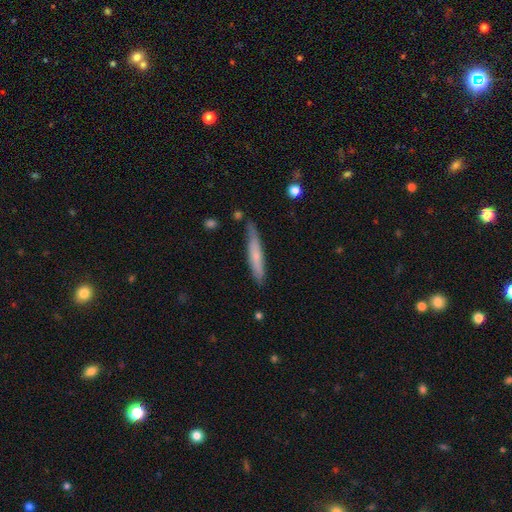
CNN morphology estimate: Smooth or featured?
  - smooth: 61% *
  - featured or disk: 33%
  - star or artifact: 6%
How rounded?
  - cigar-shaped: 93% *
  - in between: 6%
  - round: 1%
Merging?
  - none: 78% *
  - minor disturbance: 17%
  - merger: 3%
  - major disturbance: 3%